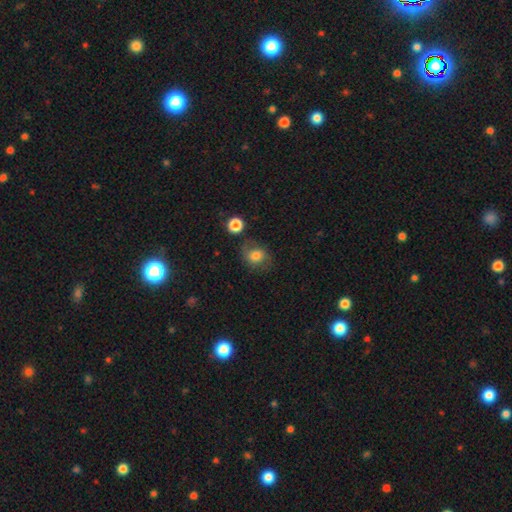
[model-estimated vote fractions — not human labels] Smooth or featured: smooth — 65% (featured or disk — 24%)
How rounded: round — 64% (in between — 35%)
Merging: none — 66% (minor disturbance — 20%)